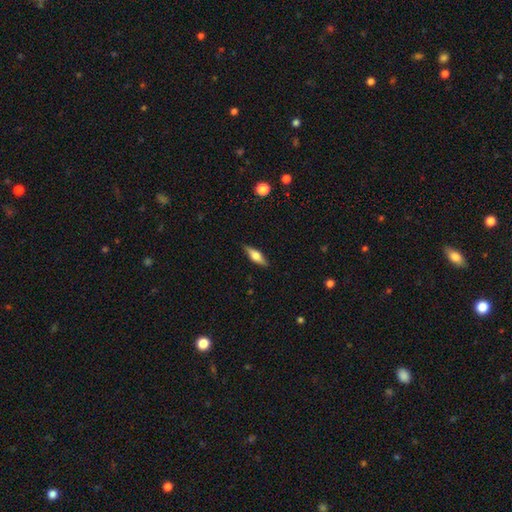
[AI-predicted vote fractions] Overall: smooth (51%; featured or disk 43%). How rounded: cigar-shaped (51%; in between 46%). Merging: none (87%).